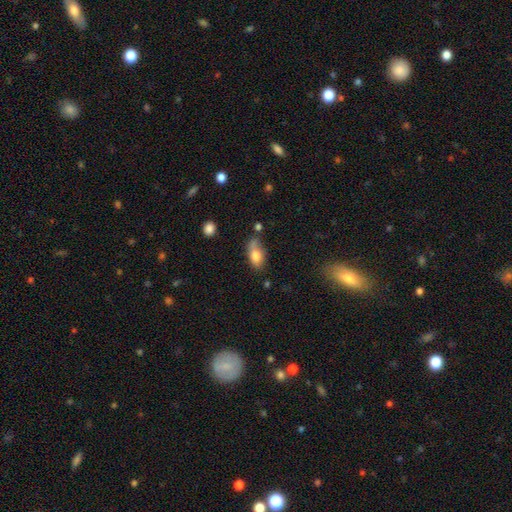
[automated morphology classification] Overall: smooth (77%). How rounded: in between (87%). Merging: none (49%; minor disturbance 30%).